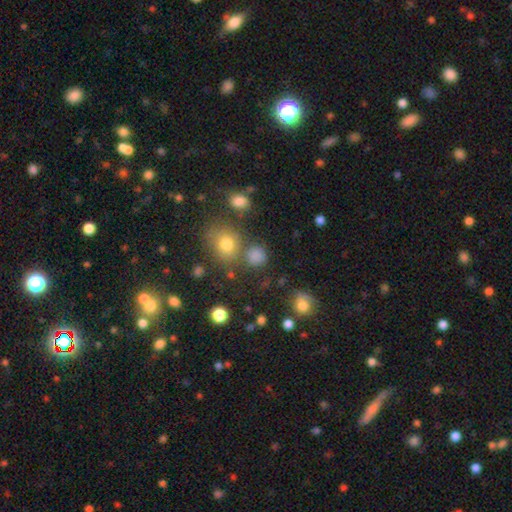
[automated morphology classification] This is likely a smooth galaxy (77%). How rounded: clearly round (83%). Merging: likely none (69%).